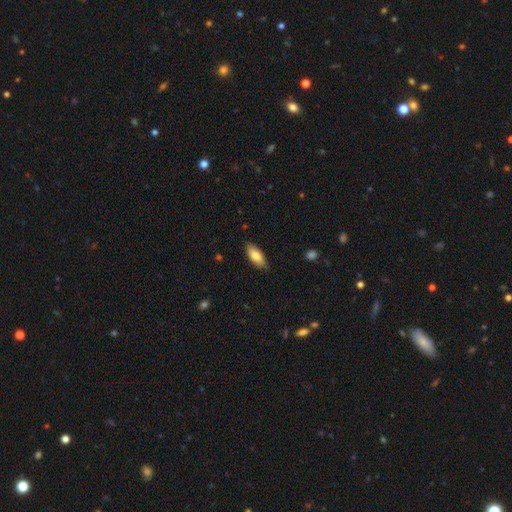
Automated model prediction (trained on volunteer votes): smooth 84%, featured or disk 10%, star or artifact 6%. Down the decision tree: how rounded — in between (85%); merging — none (85%).